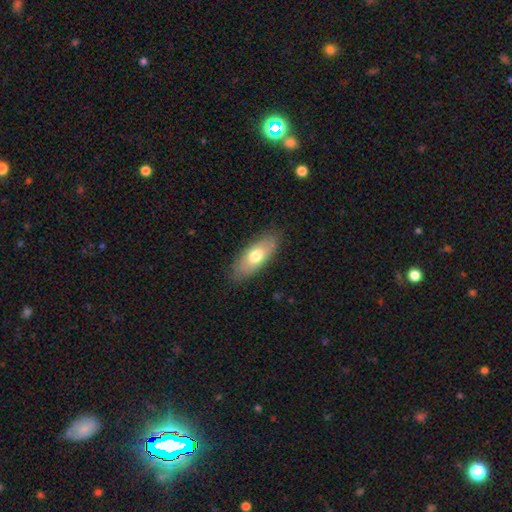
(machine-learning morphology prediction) smooth-or-featured: smooth: 68% | featured or disk: 26% | star or artifact: 6%
  how-rounded: in between: 77% | cigar-shaped: 21% | round: 3%
  merging: none: 85% | minor disturbance: 11% | major disturbance: 3% | merger: 1%